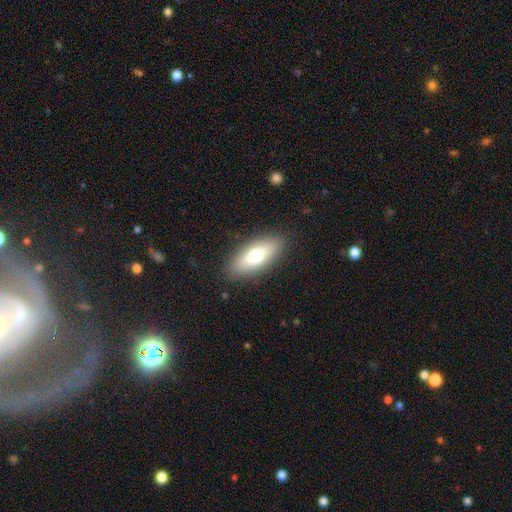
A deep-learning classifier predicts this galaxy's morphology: Smooth or featured: smooth — 69% (featured or disk — 24%)
How rounded: in between — 74% (cigar-shaped — 22%)
Merging: none — 87% (minor disturbance — 9%)